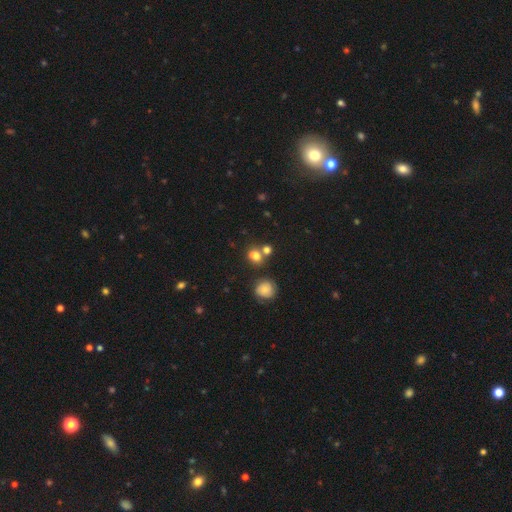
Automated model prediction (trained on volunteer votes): The model was most divided on "merging": none: 50%, merger: 35%, minor disturbance: 11%, major disturbance: 4%. More confident: smooth or featured — smooth (73%); how rounded — round (64%).